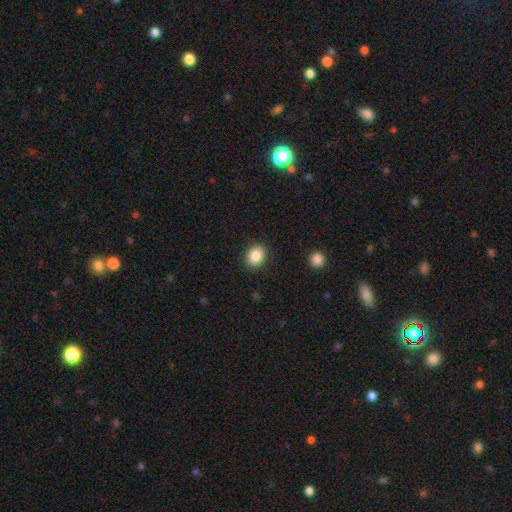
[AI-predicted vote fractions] A smooth galaxy with no disk features (86%) that is round (50%).

Vote fractions:
- Smooth or featured? smooth: 86% / star or artifact: 9% / featured or disk: 5%
- How rounded? round: 50% / in between: 49% / cigar-shaped: 1%
- Merging? none: 88% / minor disturbance: 8% / major disturbance: 2% / merger: 1%